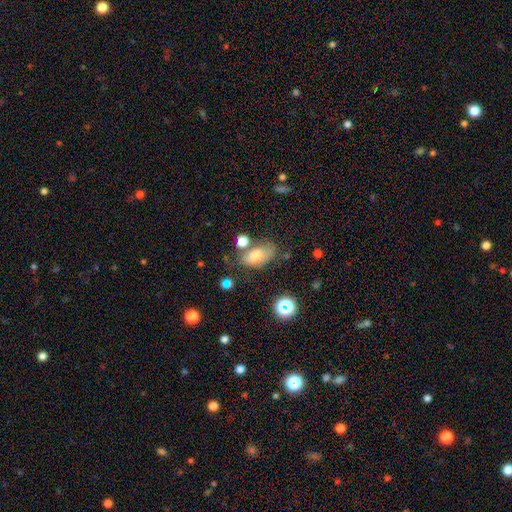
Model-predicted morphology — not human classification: smooth 68%, featured or disk 19%, star or artifact 13%. Down the decision tree: how rounded — in between (88%); merging — none (55%).